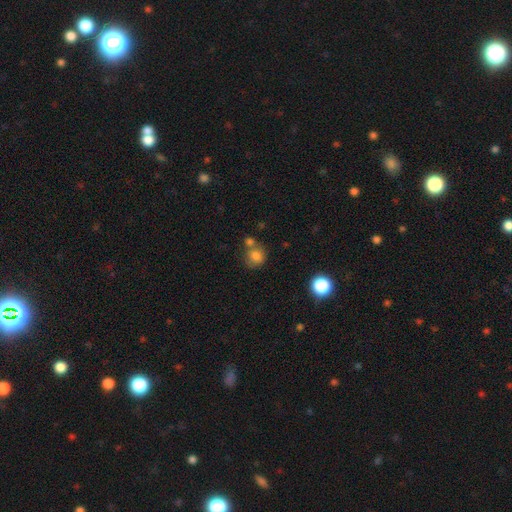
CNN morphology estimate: Smooth or featured? Predicted: smooth (p=0.79). How rounded? Predicted: round (p=0.79). Merging? Predicted: none (p=0.49).